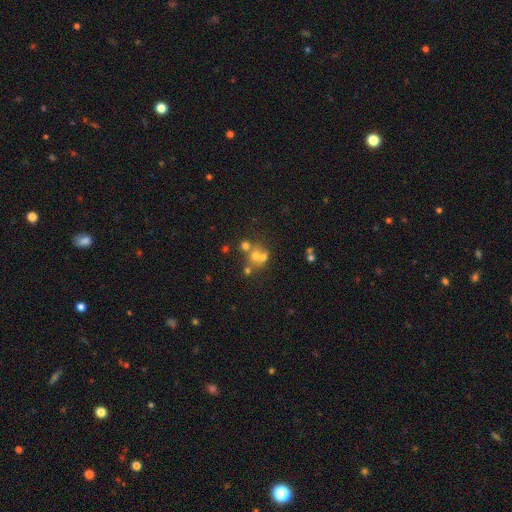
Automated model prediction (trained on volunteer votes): smooth 47%, featured or disk 27%, star or artifact 26%. Down the decision tree: merging — merger (46%).